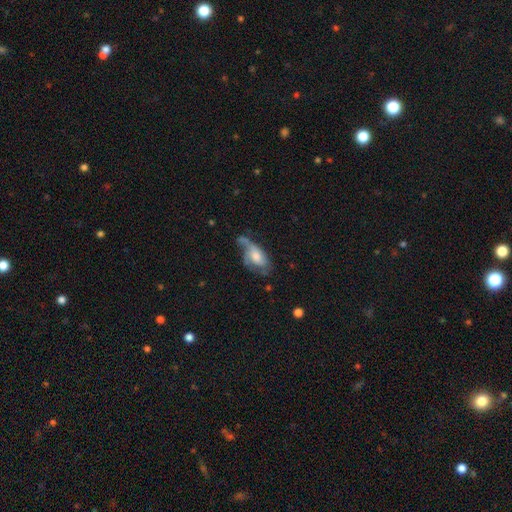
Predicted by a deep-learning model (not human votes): A featured or disk galaxy (63%) with no bar (66%), spiral arms (81%) and a moderate central bulge (46%).

Vote fractions:
- Smooth or featured? featured or disk: 63% / smooth: 29% / star or artifact: 8%
- Edge-on disk? no: 91% / yes: 9%
- Bar? no: 66% / weak: 28% / strong: 6%
- Spiral arms? yes: 81% / no: 19%
- Bulge size? moderate: 46% / large: 26% / small: 17% / none: 7% / dominant: 3%
- Merging? none: 34% / major disturbance: 32% / minor disturbance: 27% / merger: 8%